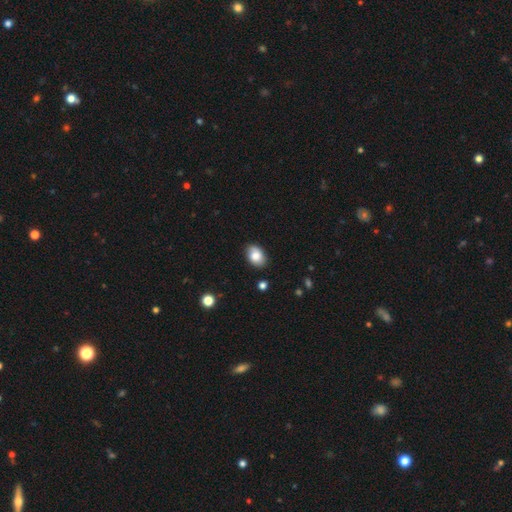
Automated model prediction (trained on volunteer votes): The model was most divided on "how rounded": in between: 84%, round: 15%, cigar-shaped: 1%. More confident: merging — none (83%); smooth or featured — smooth (81%).